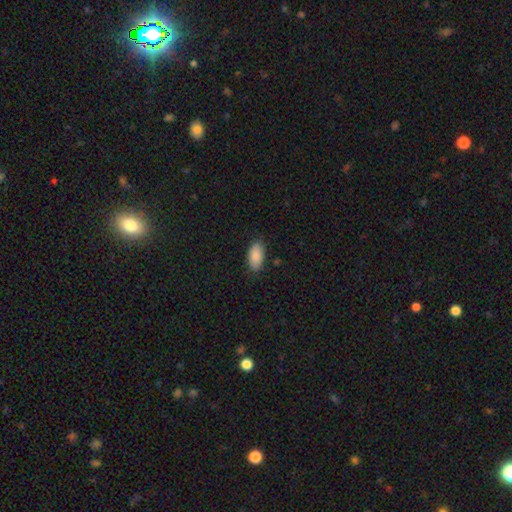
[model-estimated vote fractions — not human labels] smooth-or-featured: smooth: 88% | star or artifact: 6% | featured or disk: 6%
  how-rounded: in between: 94% | cigar-shaped: 3% | round: 3%
  merging: none: 84% | minor disturbance: 12% | major disturbance: 2% | merger: 1%